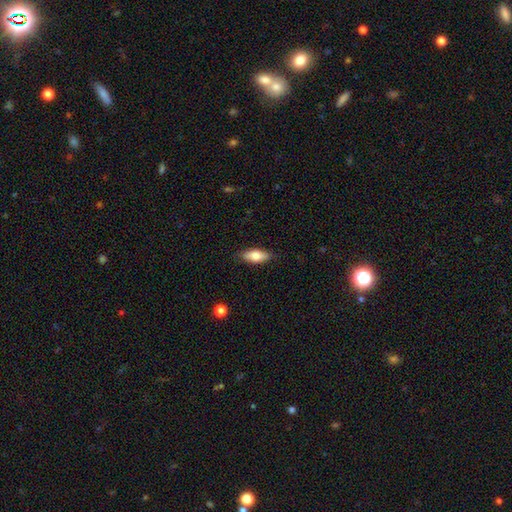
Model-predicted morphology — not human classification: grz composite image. It shows a smooth galaxy with no disk features (77%) that is in between round and cigar-shaped (77%). Merging: none (86%).